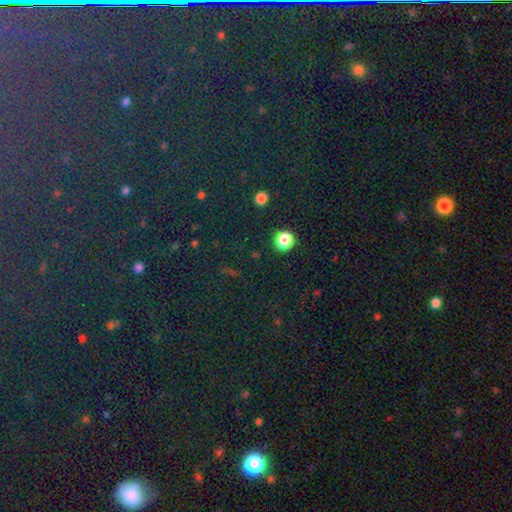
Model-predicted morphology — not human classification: Q: Smooth or featured?
A: star or artifact (76%); runner-up: smooth (15%)